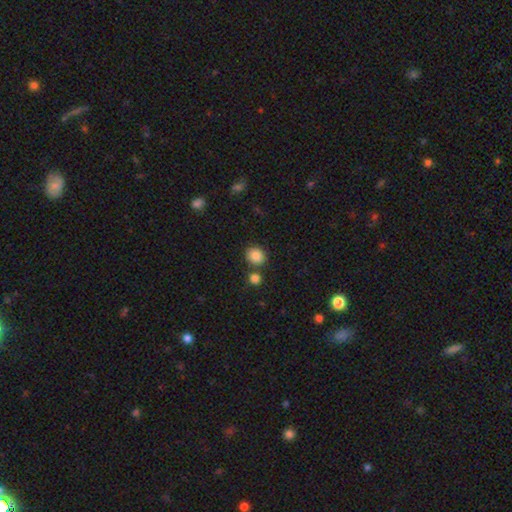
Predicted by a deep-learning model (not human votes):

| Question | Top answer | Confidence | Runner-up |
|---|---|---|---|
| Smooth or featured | smooth | 86% | star or artifact (10%) |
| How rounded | round | 76% | in between (23%) |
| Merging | none | 77% | merger (11%) |